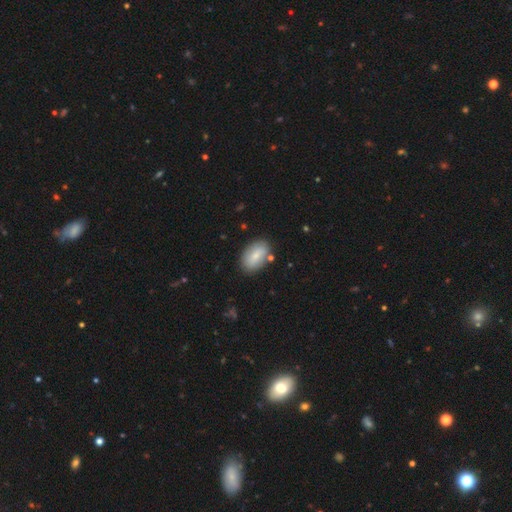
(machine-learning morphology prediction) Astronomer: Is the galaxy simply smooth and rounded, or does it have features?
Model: smooth — 73%.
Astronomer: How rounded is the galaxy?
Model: in between — 92%.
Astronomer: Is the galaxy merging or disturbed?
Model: none — 81%.